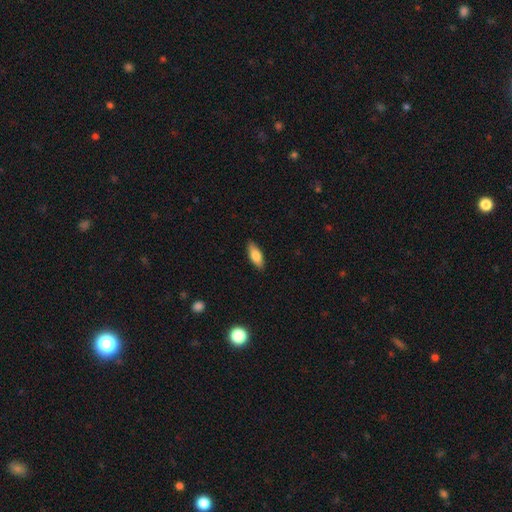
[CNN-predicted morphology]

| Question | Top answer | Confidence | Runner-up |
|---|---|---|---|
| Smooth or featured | smooth | 78% | featured or disk (16%) |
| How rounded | in between | 74% | cigar-shaped (23%) |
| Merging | none | 88% | minor disturbance (9%) |